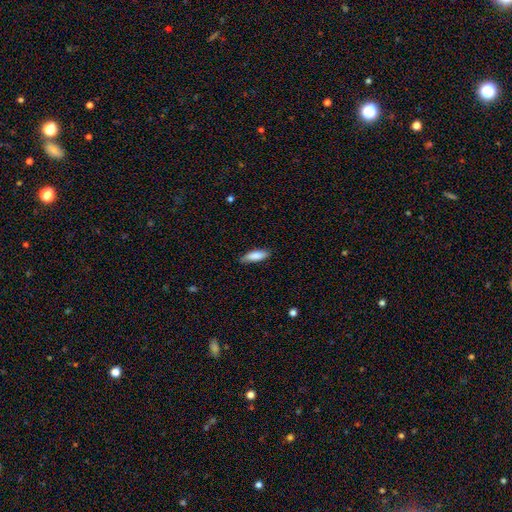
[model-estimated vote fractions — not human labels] smooth_or_featured: smooth (p=0.85) [alt: featured or disk p=0.09]
how_rounded: in between (p=0.58) [alt: cigar-shaped p=0.41]
merging: none (p=0.81) [alt: minor disturbance p=0.15]